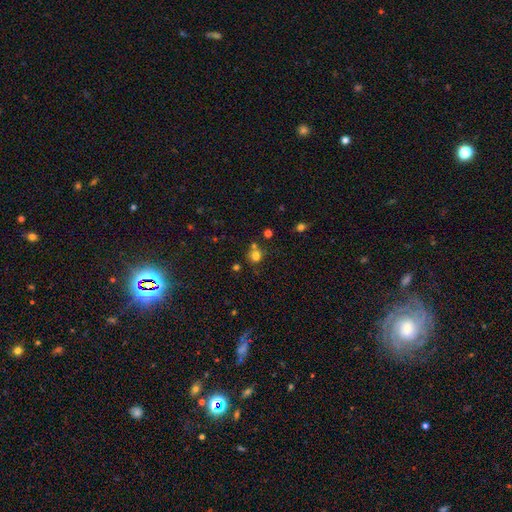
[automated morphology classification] smooth 76%, star or artifact 17%, featured or disk 7%. Down the decision tree: how rounded — round (86%); merging — none (65%).